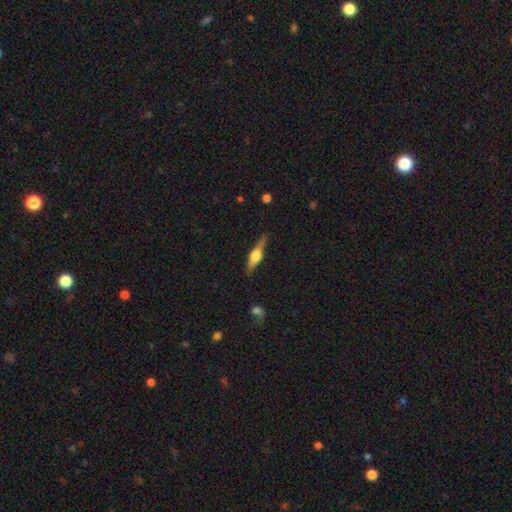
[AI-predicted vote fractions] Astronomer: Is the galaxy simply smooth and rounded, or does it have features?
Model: featured or disk — 66%.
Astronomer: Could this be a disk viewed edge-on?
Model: yes — 96%.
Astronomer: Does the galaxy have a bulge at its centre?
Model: rounded — 88%.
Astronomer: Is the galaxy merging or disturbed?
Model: none — 82%.